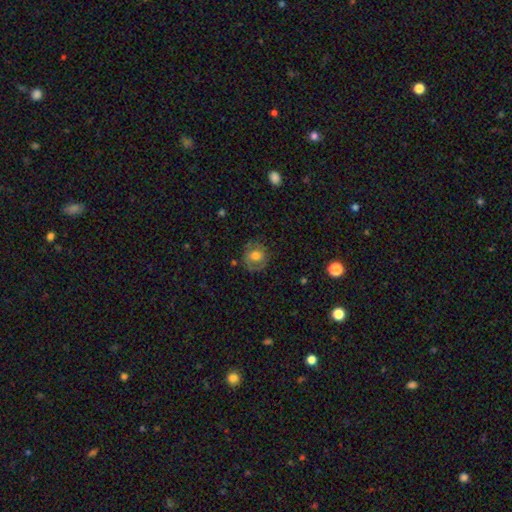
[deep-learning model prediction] This appears to be a smooth galaxy with no disk features (55%) that is round (82%). Merging: none (75%).